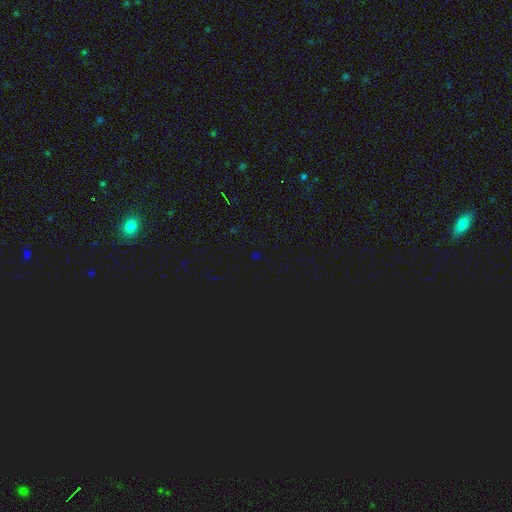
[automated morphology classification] star or artifact 73%, smooth 20%, featured or disk 6%.